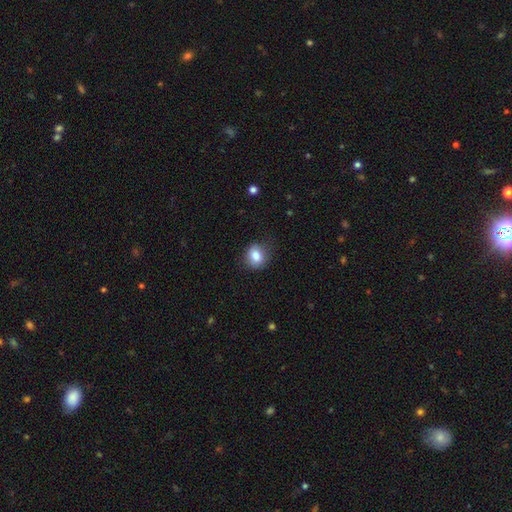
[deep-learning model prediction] Overall: smooth (82%). How rounded: round (59%; in between 40%). Merging: none (76%).